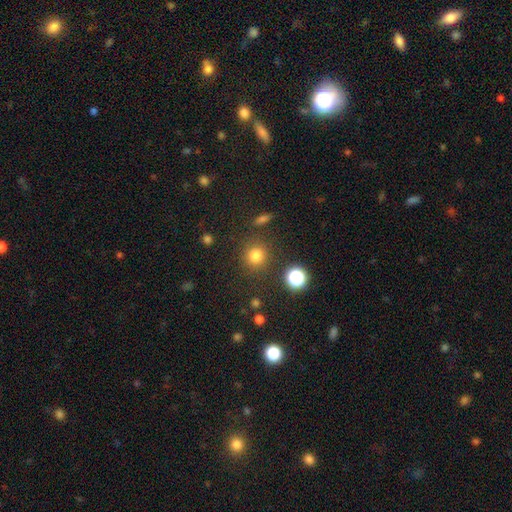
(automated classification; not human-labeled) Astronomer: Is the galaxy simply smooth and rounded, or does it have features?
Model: smooth — 79%.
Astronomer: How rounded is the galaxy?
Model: round — 91%.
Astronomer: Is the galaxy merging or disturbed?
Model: none — 84%.